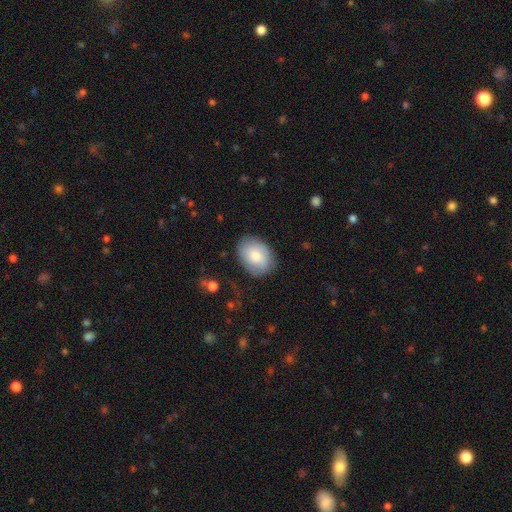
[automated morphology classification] A smooth galaxy with no disk features (79%) that is in between round and cigar-shaped (76%).

Vote fractions:
- Smooth or featured? smooth: 79% / featured or disk: 15% / star or artifact: 6%
- How rounded? in between: 76% / round: 23% / cigar-shaped: 1%
- Merging? none: 79% / minor disturbance: 15% / major disturbance: 4% / merger: 1%